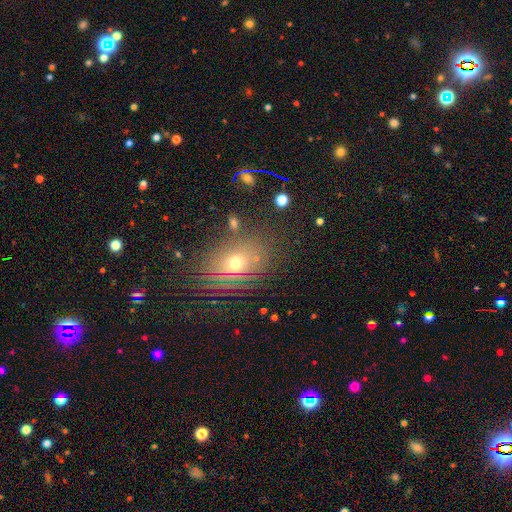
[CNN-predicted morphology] A smooth galaxy with no disk features (47%).

Vote fractions:
- Smooth or featured? smooth: 47% / star or artifact: 32% / featured or disk: 22%
- Merging? none: 80% / minor disturbance: 11% / major disturbance: 5% / merger: 4%